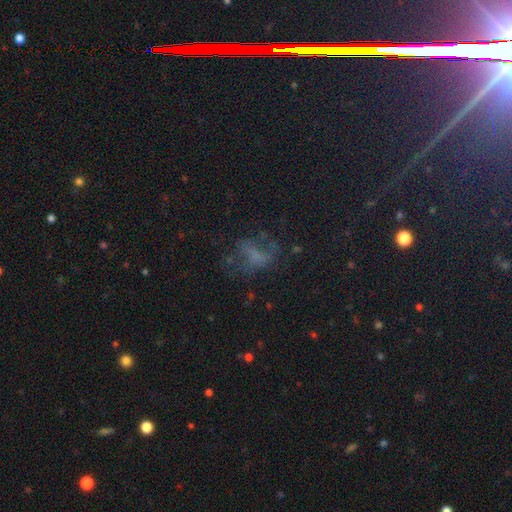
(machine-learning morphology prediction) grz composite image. It shows a smooth galaxy with no disk features (36%, tied with featured or disk). Merging: none (44%).